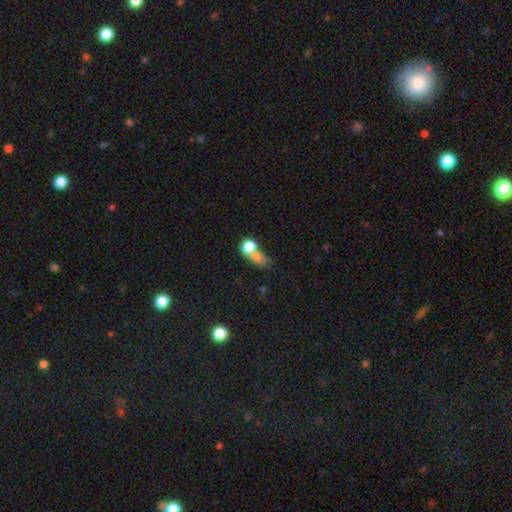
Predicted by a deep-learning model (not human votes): A smooth galaxy with no disk features (73%) that is round (54%).

Vote fractions:
- Smooth or featured? smooth: 73% / featured or disk: 16% / star or artifact: 12%
- How rounded? round: 54% / in between: 42% / cigar-shaped: 4%
- Merging? merger: 58% / none: 21% / major disturbance: 12% / minor disturbance: 9%